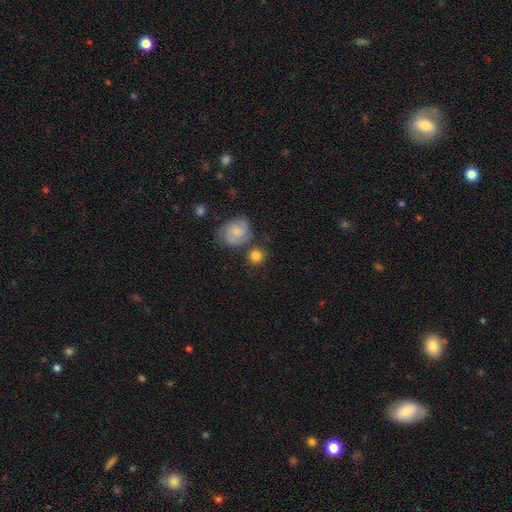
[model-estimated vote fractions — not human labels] Smooth or featured? Predicted: smooth (p=0.75). How rounded? Predicted: round (p=0.87). Merging? Predicted: none (p=0.69).